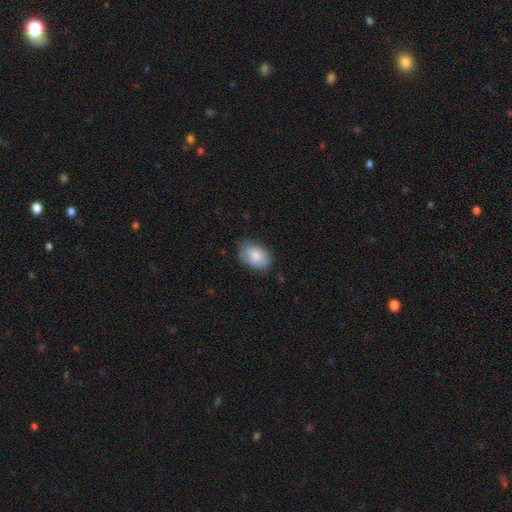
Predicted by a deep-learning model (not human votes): This is likely a smooth galaxy (79%). How rounded: likely in between (78%). Merging: likely none (71%).